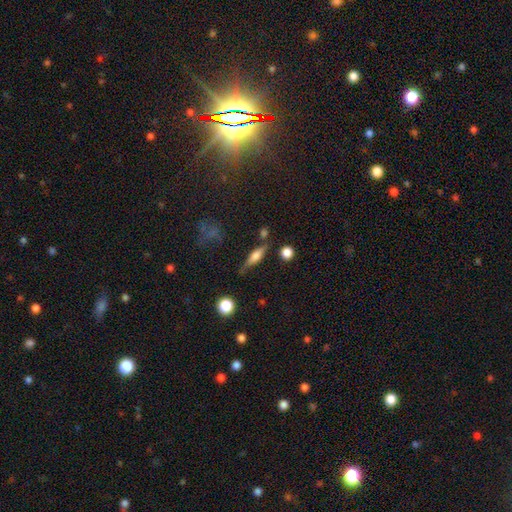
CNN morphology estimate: smooth 48%, featured or disk 43%, star or artifact 8%. Down the decision tree: merging — none (71%).